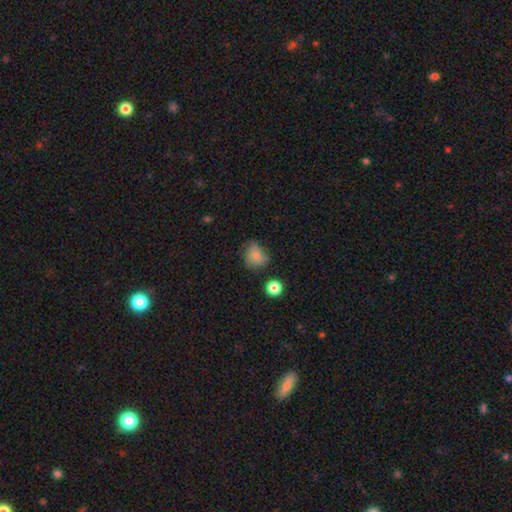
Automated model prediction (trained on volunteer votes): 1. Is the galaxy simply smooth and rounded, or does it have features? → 76% smooth, 12% featured or disk, 12% star or artifact.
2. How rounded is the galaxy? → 70% round, 29% in between, 1% cigar-shaped.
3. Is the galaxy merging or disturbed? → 57% none, 30% minor disturbance, 10% major disturbance, 3% merger.